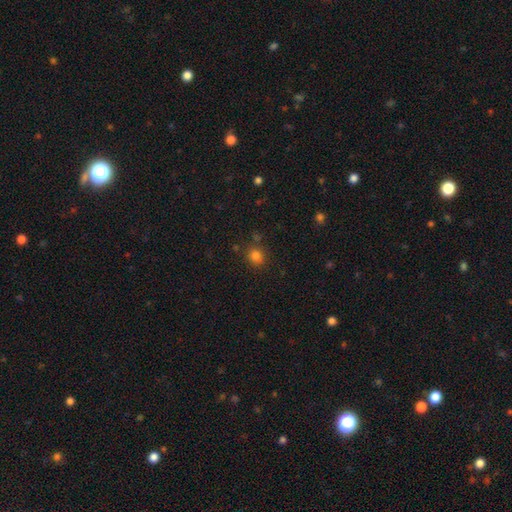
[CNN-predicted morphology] This appears to be a smooth galaxy with no disk features (80%) that is round (84%). Merging: none (81%).